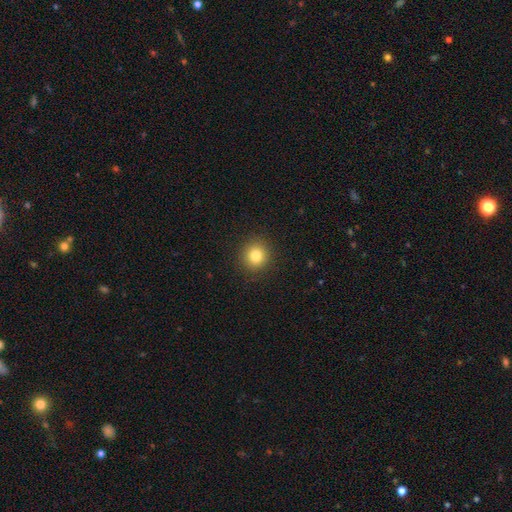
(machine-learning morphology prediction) A smooth galaxy with no disk features (81%) that is round (91%).

Vote fractions:
- Smooth or featured? smooth: 81% / star or artifact: 12% / featured or disk: 7%
- How rounded? round: 91% / in between: 8% / cigar-shaped: 1%
- Merging? none: 91% / minor disturbance: 6% / major disturbance: 2% / merger: 1%